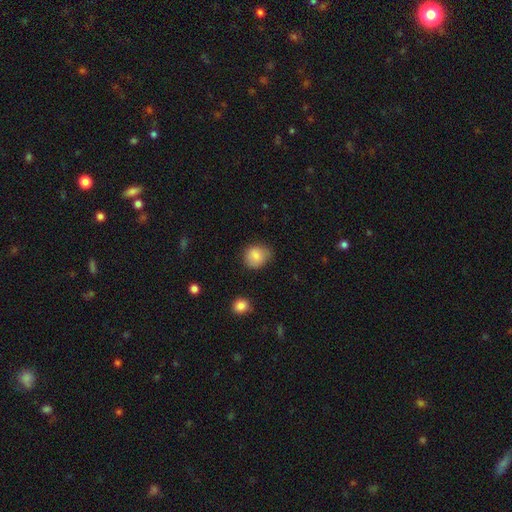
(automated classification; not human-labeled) The model was most divided on "merging": none: 66%, minor disturbance: 27%, major disturbance: 6%, merger: 2%. More confident: smooth or featured — smooth (83%); how rounded — round (70%).